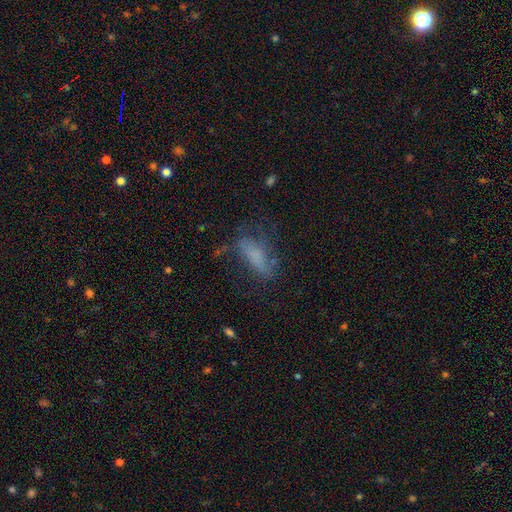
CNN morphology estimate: smooth 48%, featured or disk 36%, star or artifact 16%. Down the decision tree: merging — none (44%).